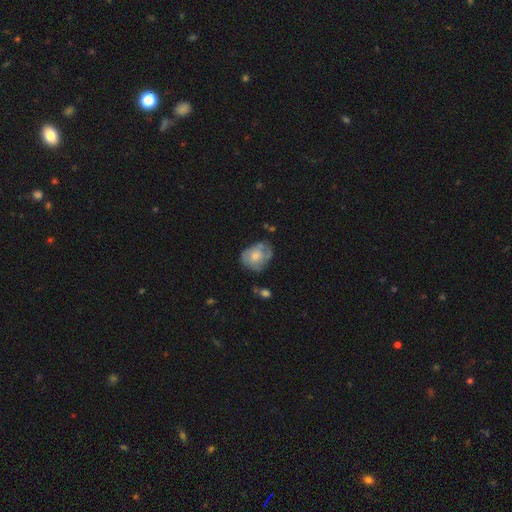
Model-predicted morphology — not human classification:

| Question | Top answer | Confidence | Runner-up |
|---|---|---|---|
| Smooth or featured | smooth | 50% | featured or disk (43%) |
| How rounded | in between | 53% | round (46%) |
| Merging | none | 55% | minor disturbance (29%) |